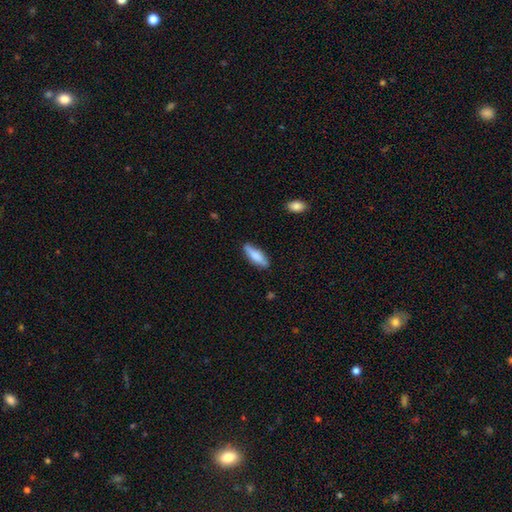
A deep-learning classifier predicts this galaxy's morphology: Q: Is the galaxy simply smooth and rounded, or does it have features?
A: smooth — 75%.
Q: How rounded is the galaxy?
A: cigar-shaped — 50%.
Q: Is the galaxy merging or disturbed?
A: none — 81%.